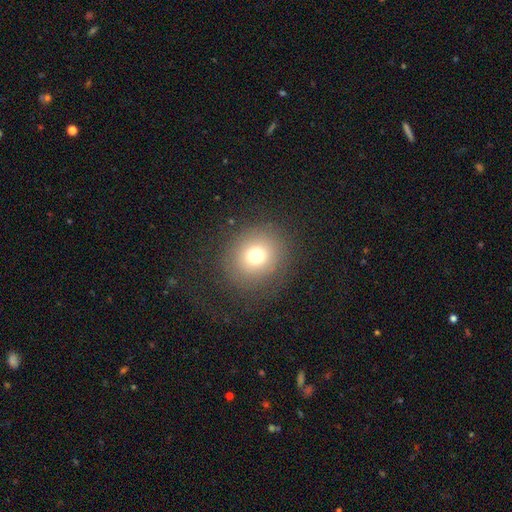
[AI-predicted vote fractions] smooth_or_featured: smooth (p=0.71) [alt: star or artifact p=0.16]
how_rounded: round (p=0.87) [alt: in between p=0.12]
merging: none (p=0.83) [alt: minor disturbance p=0.09]